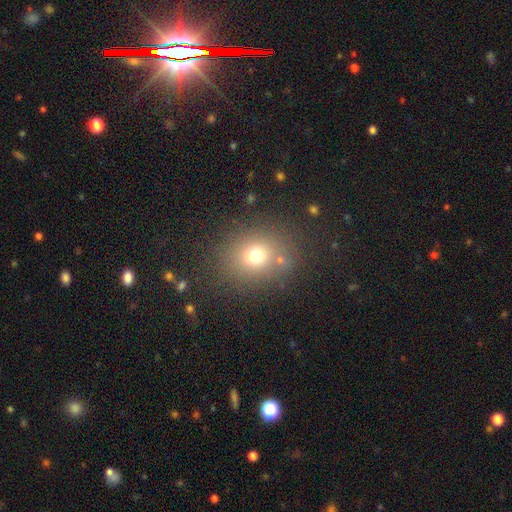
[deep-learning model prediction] Morphology: type=smooth (70%); roundness=round (70%); merging=none (80%).